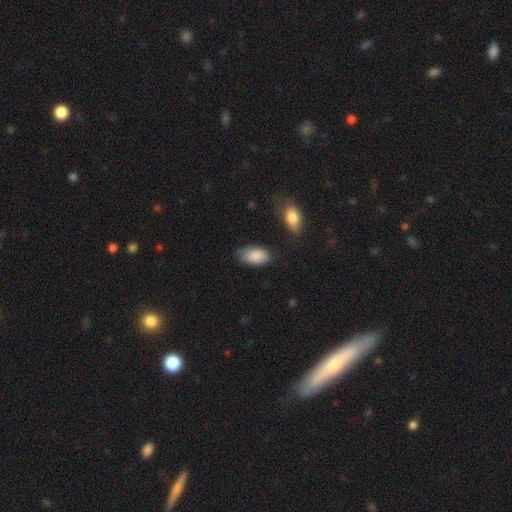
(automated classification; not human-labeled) This is clearly a smooth galaxy (88%). How rounded: clearly in between (94%). Merging: likely none (70%).